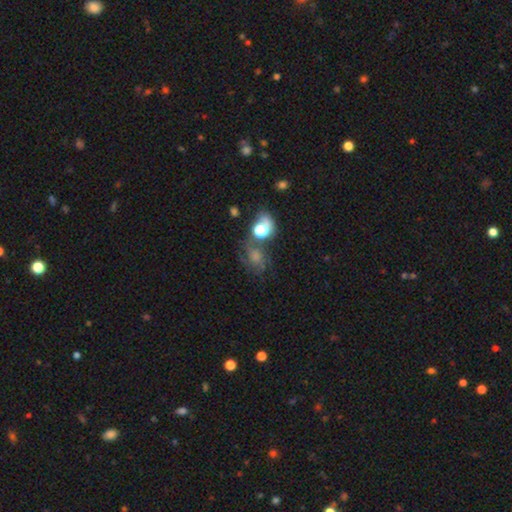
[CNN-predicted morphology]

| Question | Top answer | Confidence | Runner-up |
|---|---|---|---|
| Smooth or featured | smooth | 39% | featured or disk (36%) |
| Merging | none | 50% | merger (18%) |